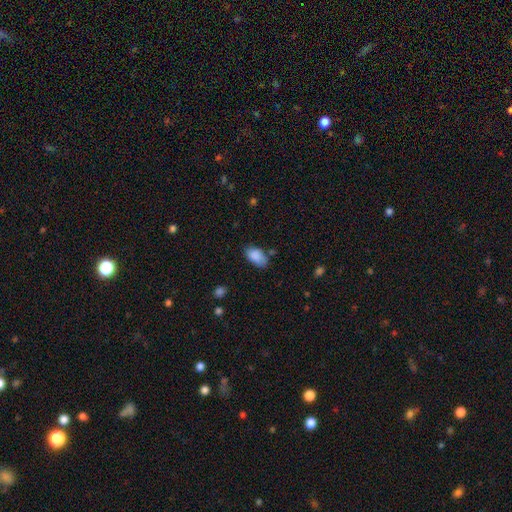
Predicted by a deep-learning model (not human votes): Q: Smooth or featured?
A: smooth (87%); runner-up: star or artifact (7%)
Q: How rounded?
A: in between (92%); runner-up: round (6%)
Q: Merging?
A: none (67%); runner-up: minor disturbance (23%)